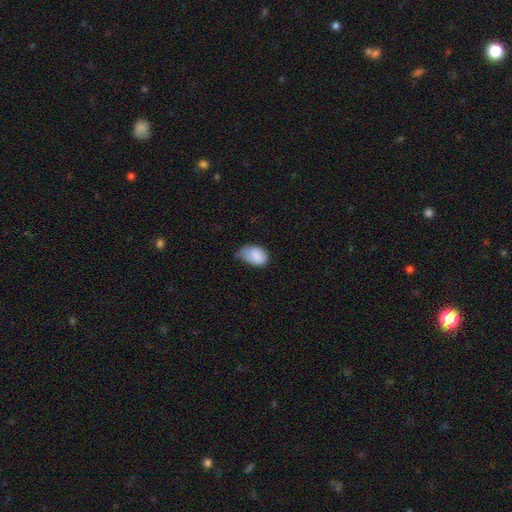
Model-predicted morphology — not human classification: Smooth or featured: smooth — 86% (featured or disk — 7%)
How rounded: in between — 86% (round — 13%)
Merging: minor disturbance — 51% (none — 33%)